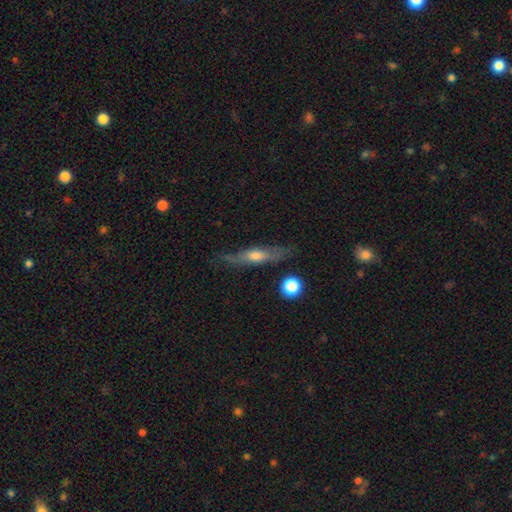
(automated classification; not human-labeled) A featured or disk galaxy (61%) viewed edge-on (88%) with a rounded central bulge (80%). Merging: none (79%).